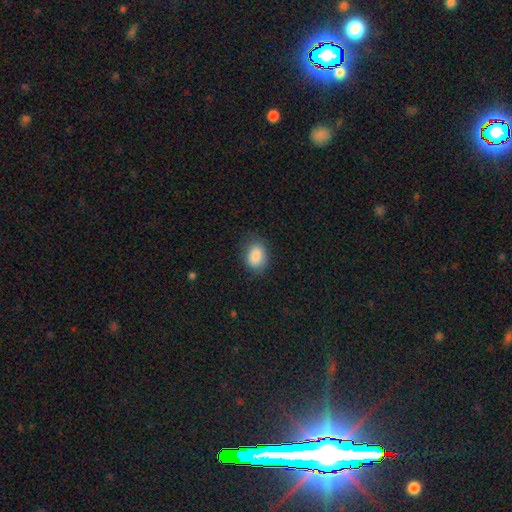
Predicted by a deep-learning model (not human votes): smooth_or_featured: smooth (p=0.87) [alt: star or artifact p=0.08]
how_rounded: in between (p=0.74) [alt: round p=0.25]
merging: none (p=0.74) [alt: minor disturbance p=0.20]